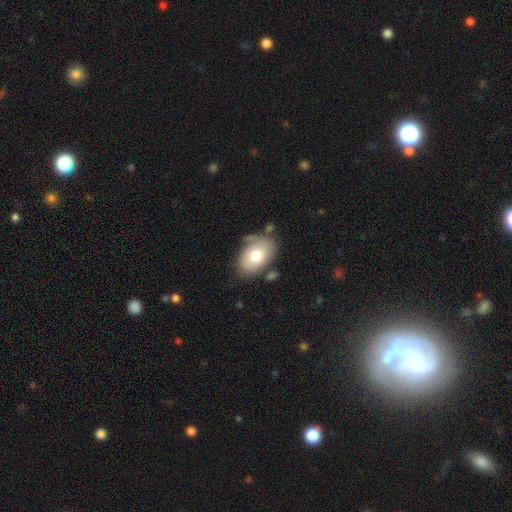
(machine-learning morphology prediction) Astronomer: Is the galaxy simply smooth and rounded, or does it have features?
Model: smooth — 72%.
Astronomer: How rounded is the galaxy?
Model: in between — 85%.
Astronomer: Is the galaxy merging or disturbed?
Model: none — 62%.